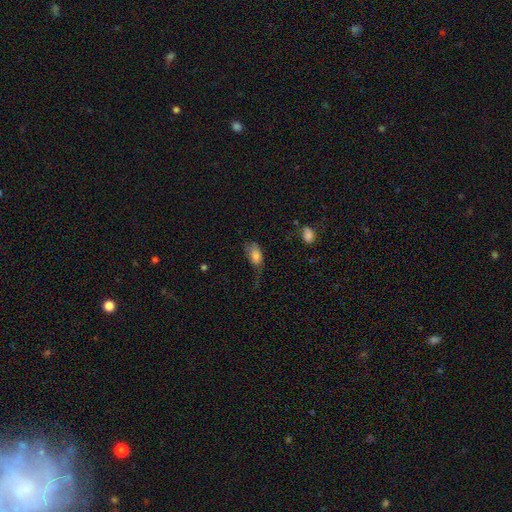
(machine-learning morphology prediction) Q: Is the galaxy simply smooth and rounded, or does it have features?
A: smooth — 79%.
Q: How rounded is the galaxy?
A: in between — 89%.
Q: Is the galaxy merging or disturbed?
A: major disturbance — 35%.